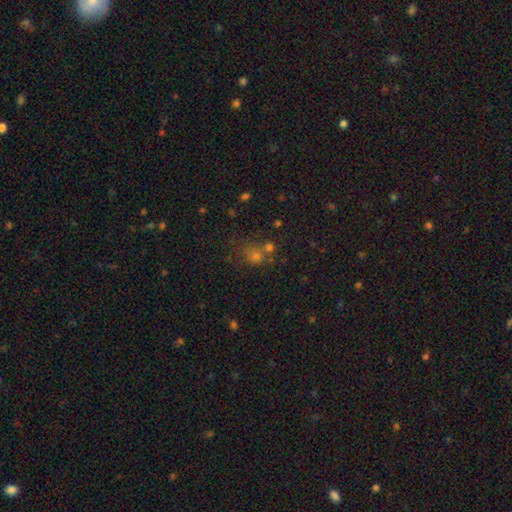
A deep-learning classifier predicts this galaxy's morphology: The model was most divided on "smooth or featured": smooth: 55%, star or artifact: 33%, featured or disk: 12%. More confident: how rounded — round (76%); merging — none (54%).